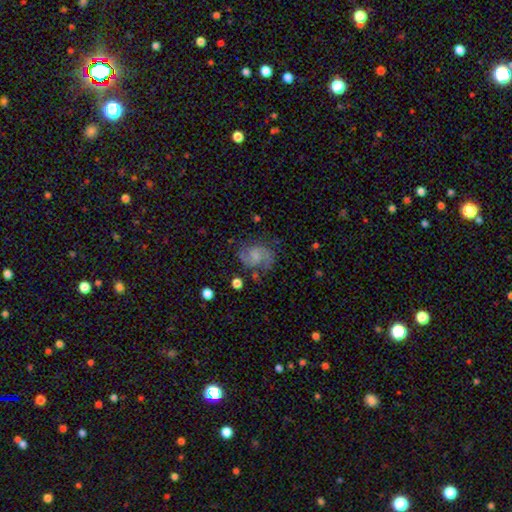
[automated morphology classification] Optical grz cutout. It shows a featured or disk galaxy (76%) with no bar (55%), 2 (88%) medium (55%) spiral arms (94%) and a small central bulge (43%). Merging: none (66%).